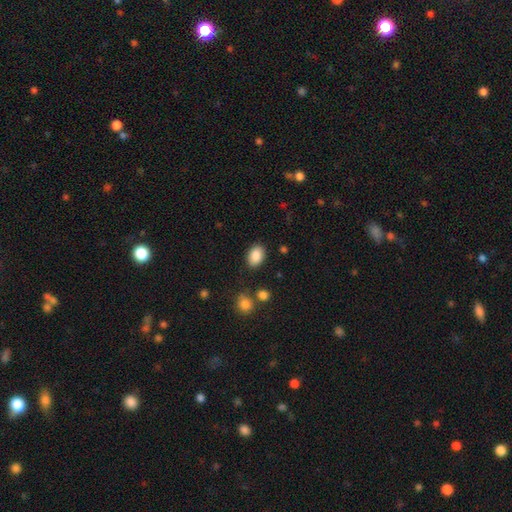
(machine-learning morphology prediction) smooth-or-featured: smooth: 88% | star or artifact: 8% | featured or disk: 5%
  how-rounded: in between: 85% | round: 14% | cigar-shaped: 1%
  merging: none: 84% | minor disturbance: 10% | major disturbance: 3% | merger: 2%